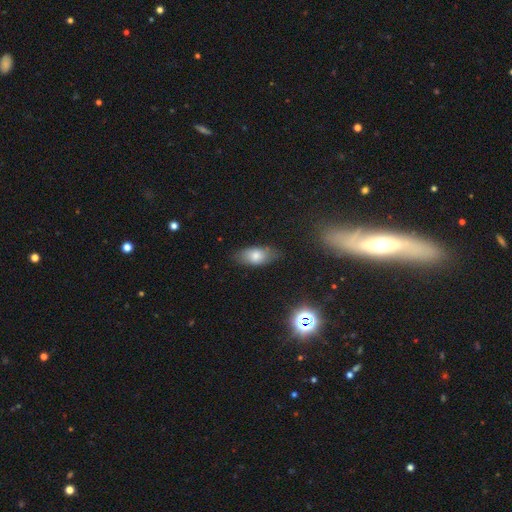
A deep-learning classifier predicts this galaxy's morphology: Smooth or featured?
  - smooth: 75% *
  - featured or disk: 15%
  - star or artifact: 10%
How rounded?
  - in between: 88% *
  - cigar-shaped: 7%
  - round: 5%
Merging?
  - none: 76% *
  - minor disturbance: 18%
  - major disturbance: 4%
  - merger: 2%